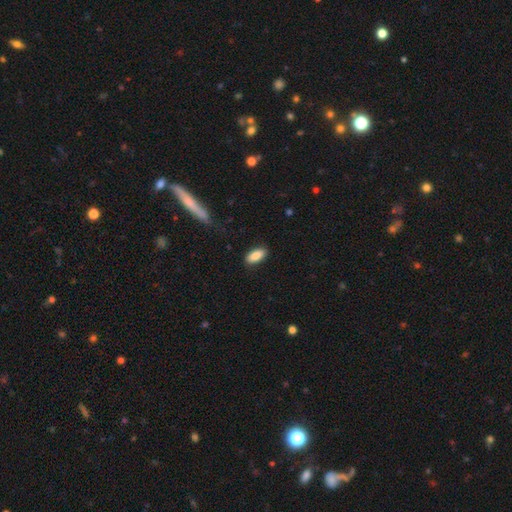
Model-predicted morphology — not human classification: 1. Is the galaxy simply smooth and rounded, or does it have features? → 88% smooth, 7% star or artifact, 5% featured or disk.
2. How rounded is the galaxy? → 88% in between, 9% cigar-shaped, 2% round.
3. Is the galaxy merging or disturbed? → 85% none, 11% minor disturbance, 3% major disturbance, 1% merger.